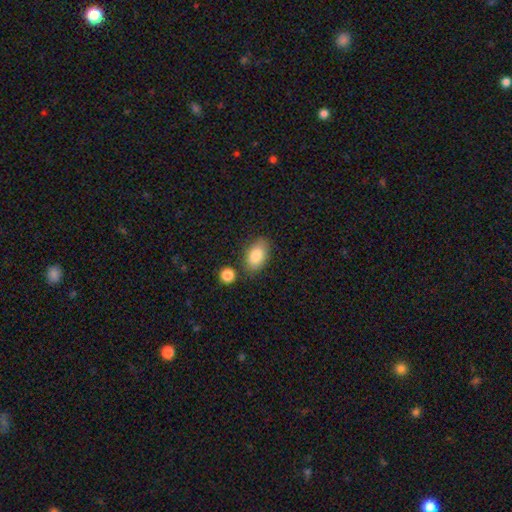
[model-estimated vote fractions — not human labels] Q: Smooth or featured?
A: smooth (84%); runner-up: featured or disk (10%)
Q: How rounded?
A: in between (91%); runner-up: round (8%)
Q: Merging?
A: none (76%); runner-up: minor disturbance (13%)